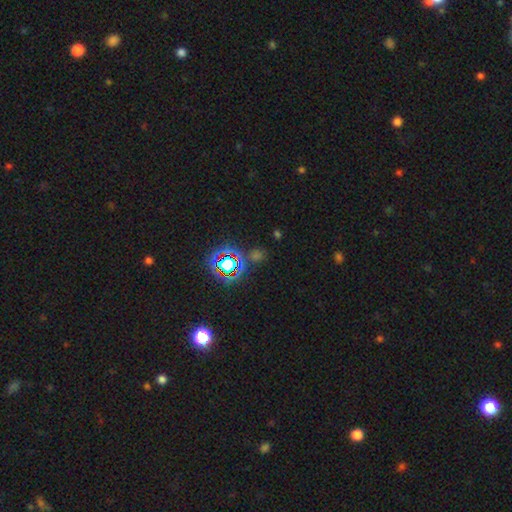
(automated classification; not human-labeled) Morphology: type=star or artifact (67%).